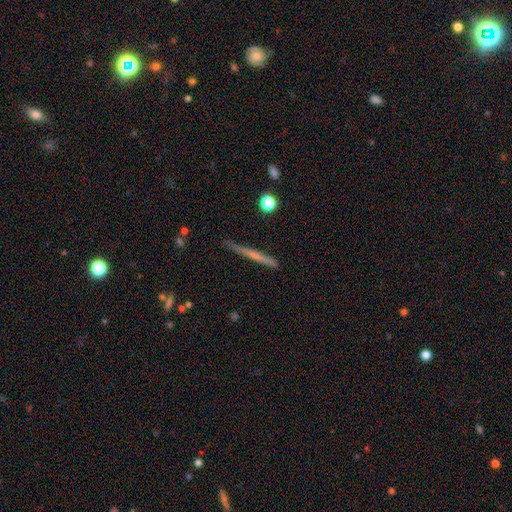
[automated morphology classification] featured or disk 55%, smooth 37%, star or artifact 8%. Down the decision tree: edge-on disk — yes (97%); edge-on bulge — none (64%); merging — none (83%).